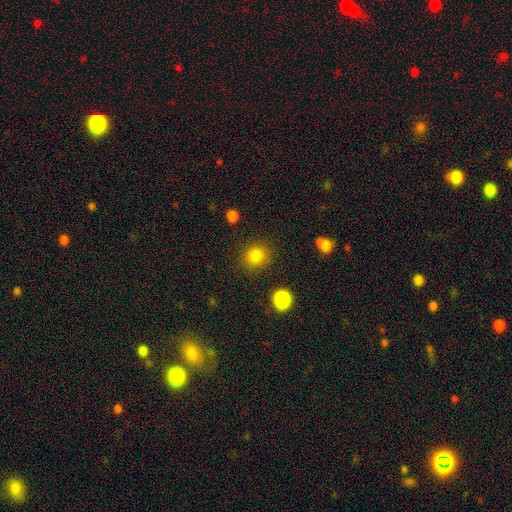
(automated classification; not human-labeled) A smooth galaxy with no disk features (83%) that is round (86%). Merging: none (87%).